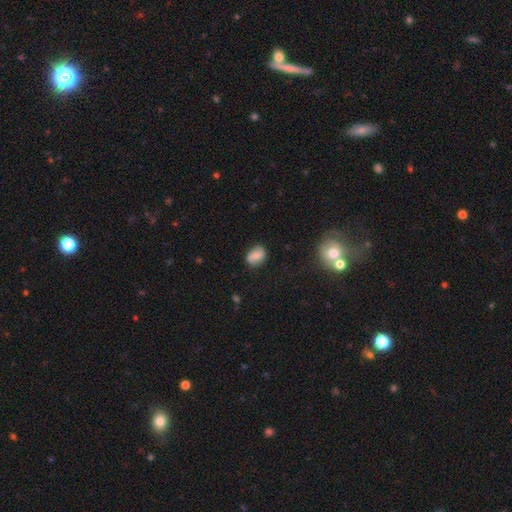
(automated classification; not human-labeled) smooth_or_featured: smooth (p=0.68) [alt: featured or disk p=0.22]
how_rounded: in between (p=0.69) [alt: round p=0.29]
merging: none (p=0.78) [alt: minor disturbance p=0.17]